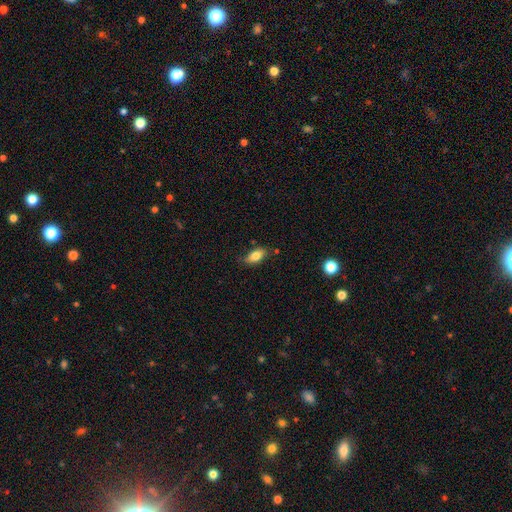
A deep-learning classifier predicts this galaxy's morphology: smooth_or_featured: smooth (p=0.81) [alt: featured or disk p=0.11]
how_rounded: in between (p=0.87) [alt: cigar-shaped p=0.08]
merging: none (p=0.75) [alt: minor disturbance p=0.18]